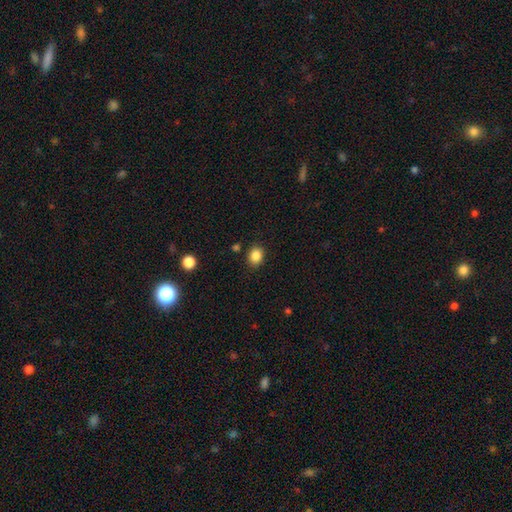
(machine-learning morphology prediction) Smooth or featured?
  - smooth: 86% *
  - star or artifact: 10%
  - featured or disk: 4%
How rounded?
  - round: 56% *
  - in between: 43%
  - cigar-shaped: 1%
Merging?
  - none: 85% *
  - minor disturbance: 10%
  - major disturbance: 3%
  - merger: 2%